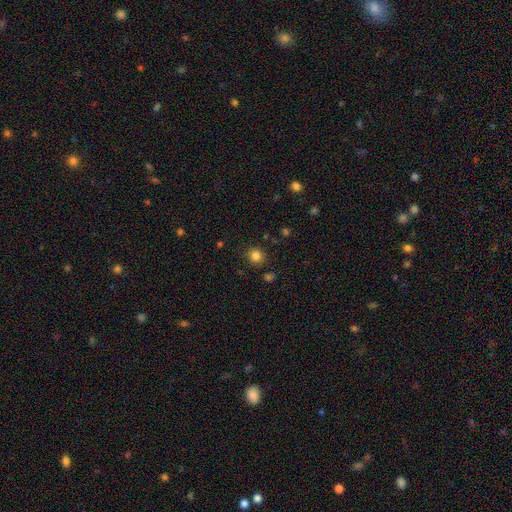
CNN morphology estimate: Smooth or featured?
  - smooth: 83% *
  - star or artifact: 12%
  - featured or disk: 4%
How rounded?
  - round: 88% *
  - in between: 11%
  - cigar-shaped: 1%
Merging?
  - none: 86% *
  - minor disturbance: 9%
  - major disturbance: 3%
  - merger: 2%